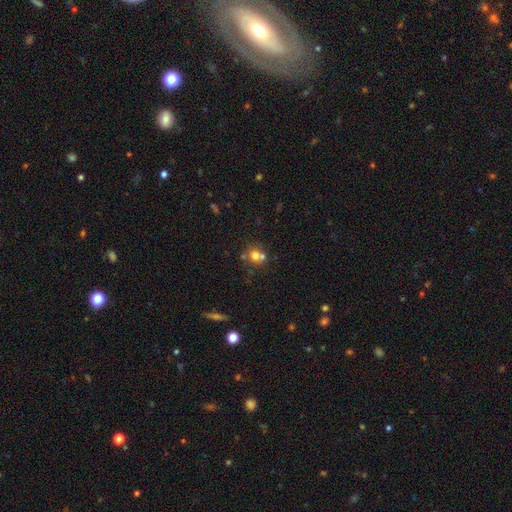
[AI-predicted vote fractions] Smooth or featured? smooth (67%)
How rounded? round (84%)
Merging? none (50%)